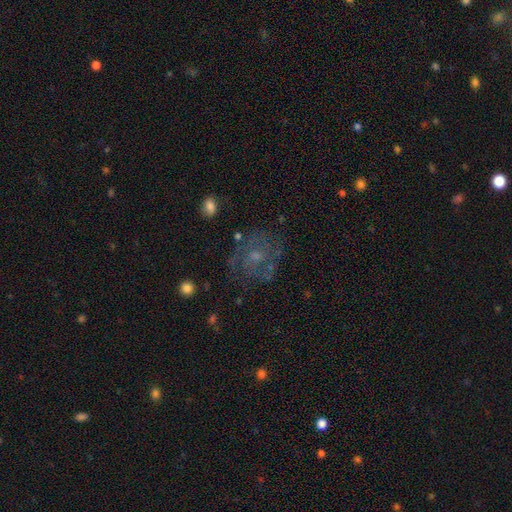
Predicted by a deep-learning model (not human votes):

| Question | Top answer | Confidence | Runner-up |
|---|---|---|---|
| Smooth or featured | featured or disk | 63% | smooth (22%) |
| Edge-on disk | no | 97% | yes (3%) |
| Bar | no | 76% | weak (21%) |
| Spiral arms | yes | 72% | no (28%) |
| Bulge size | small | 47% | moderate (40%) |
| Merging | none | 70% | minor disturbance (17%) |